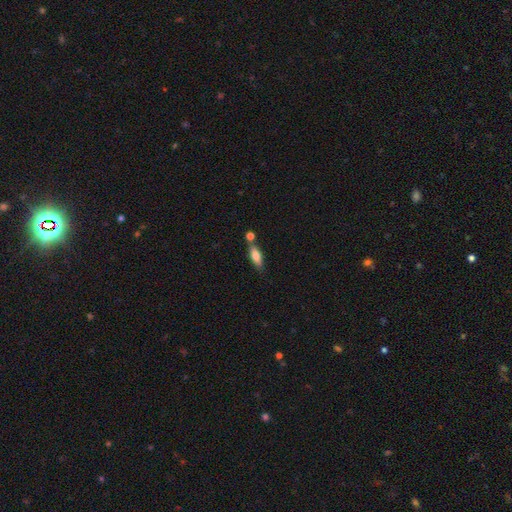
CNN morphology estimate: A smooth galaxy with no disk features (70%) that is in between round and cigar-shaped (61%). Merging: none (64%).